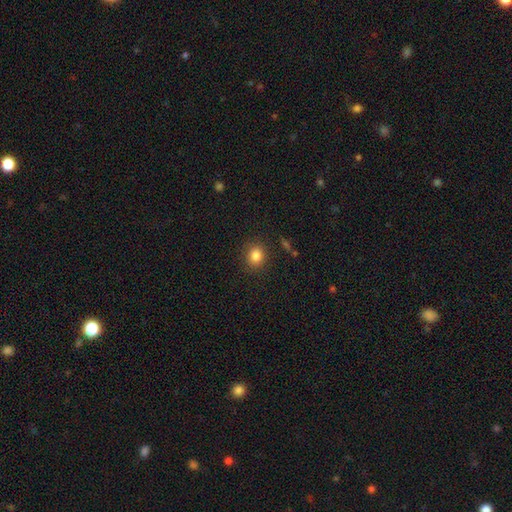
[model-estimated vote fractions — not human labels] This appears to be a smooth galaxy with no disk features (83%) that is round (77%). Merging: none (88%).